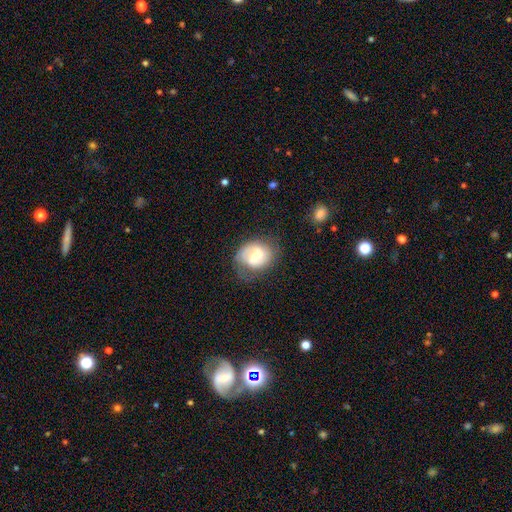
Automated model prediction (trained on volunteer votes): This is possibly a featured or disk galaxy (48%). Merging: possibly none (54%).